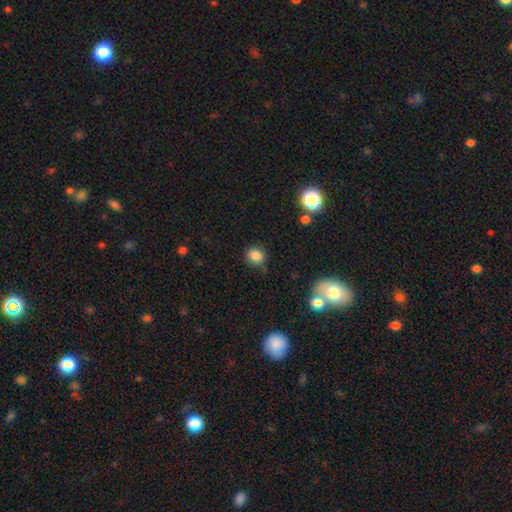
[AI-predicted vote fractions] A smooth galaxy with no disk features (83%) that is round (79%). Merging: none (83%).